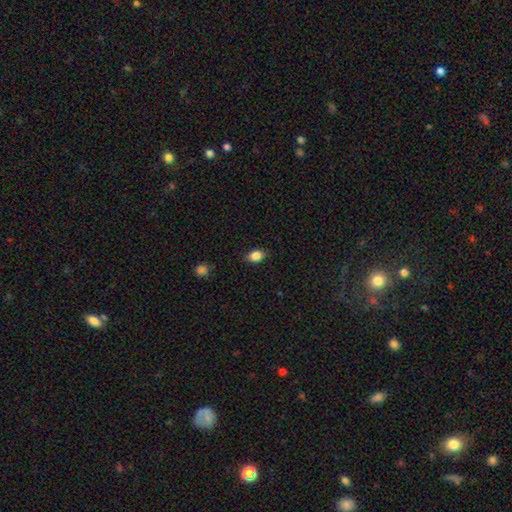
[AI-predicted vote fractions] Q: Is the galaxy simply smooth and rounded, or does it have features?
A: smooth — 86%.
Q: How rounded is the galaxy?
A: in between — 75%.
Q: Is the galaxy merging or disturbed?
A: none — 85%.